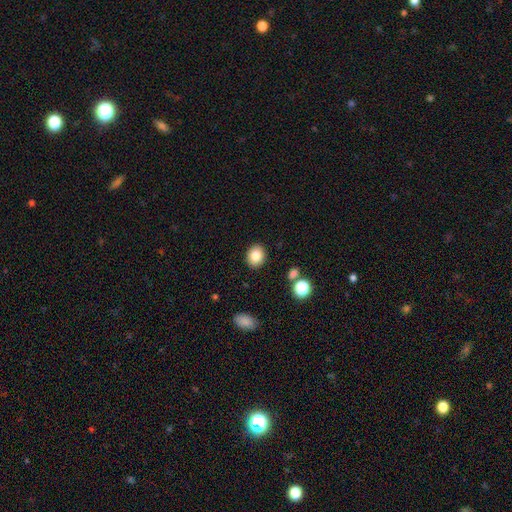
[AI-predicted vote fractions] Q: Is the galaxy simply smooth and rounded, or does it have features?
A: smooth — 83%.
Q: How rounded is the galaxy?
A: round — 54%.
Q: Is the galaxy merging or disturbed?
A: none — 89%.